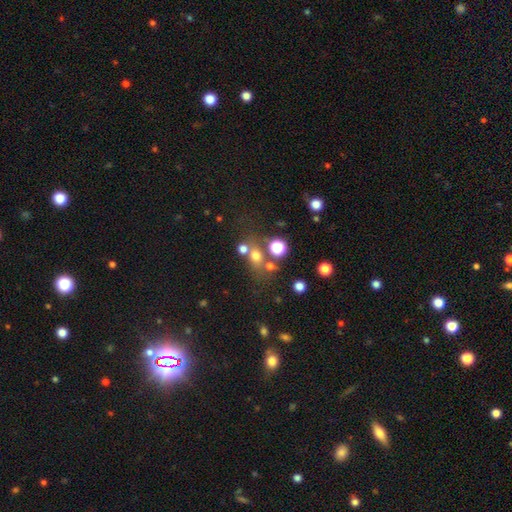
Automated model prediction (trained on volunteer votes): smooth 65%, star or artifact 23%, featured or disk 12%. Down the decision tree: how rounded — round (68%); merging — none (58%).